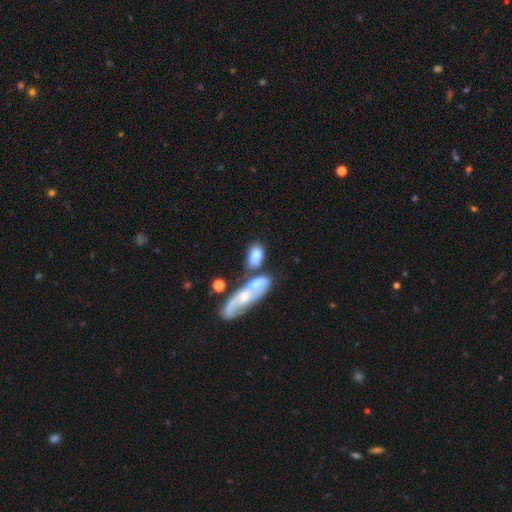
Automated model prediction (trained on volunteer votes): Smooth or featured? Predicted: smooth (p=0.73). How rounded? Predicted: in between (p=0.86). Merging? Predicted: merger (p=0.41).